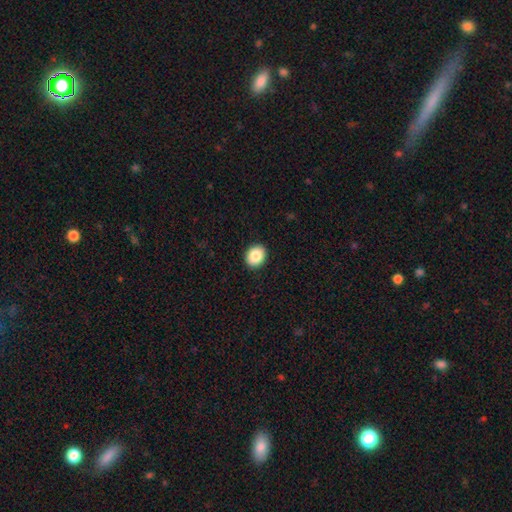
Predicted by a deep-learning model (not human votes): Smooth or featured? smooth (87%)
How rounded? round (59%)
Merging? none (92%)